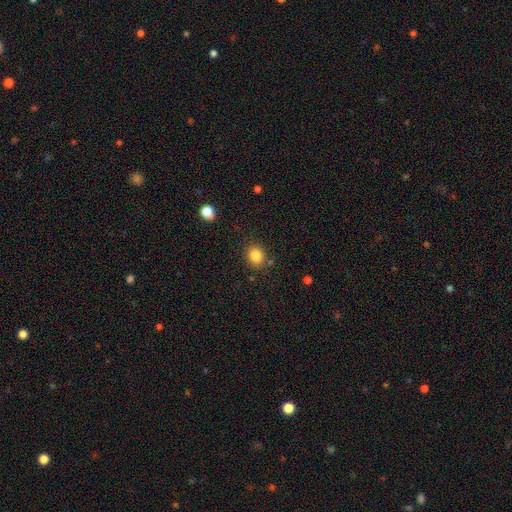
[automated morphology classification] Q: Smooth or featured?
A: smooth (84%); runner-up: star or artifact (11%)
Q: How rounded?
A: round (67%); runner-up: in between (32%)
Q: Merging?
A: none (83%); runner-up: minor disturbance (10%)